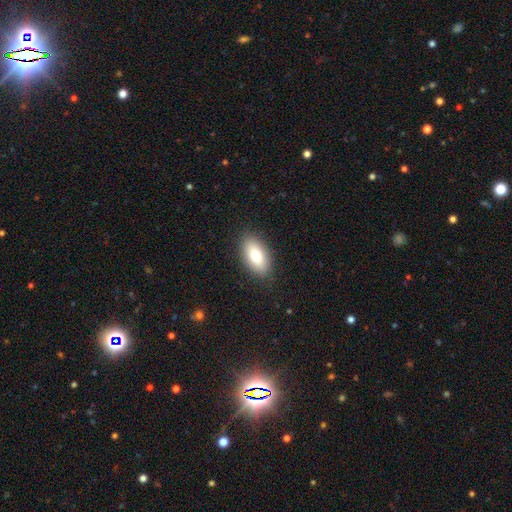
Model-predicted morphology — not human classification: smooth_or_featured: smooth (p=0.76) [alt: featured or disk p=0.16]
how_rounded: in between (p=0.91) [alt: round p=0.05]
merging: none (p=0.88) [alt: minor disturbance p=0.09]